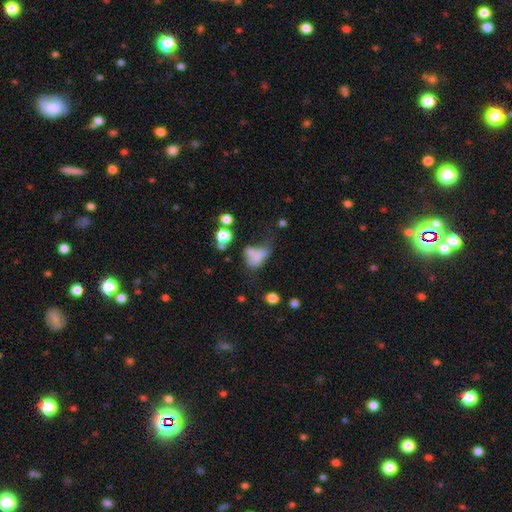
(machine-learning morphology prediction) Q: Smooth or featured?
A: smooth (57%); runner-up: featured or disk (27%)
Q: How rounded?
A: in between (77%); runner-up: round (18%)
Q: Merging?
A: major disturbance (31%); runner-up: merger (29%)